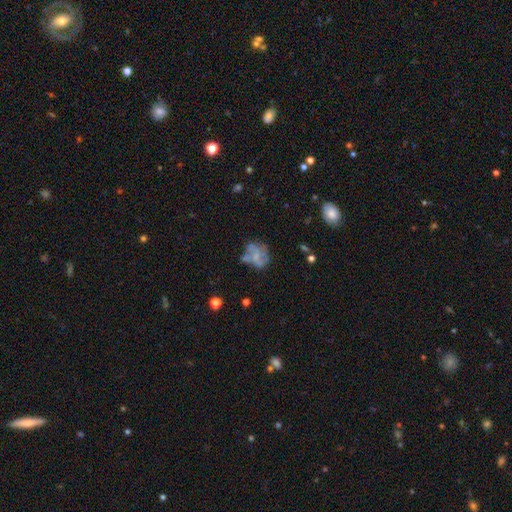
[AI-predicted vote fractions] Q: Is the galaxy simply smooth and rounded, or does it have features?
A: featured or disk — 55%.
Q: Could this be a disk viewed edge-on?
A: no — 98%.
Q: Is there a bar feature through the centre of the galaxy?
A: no — 75%.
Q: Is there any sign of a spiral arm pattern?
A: no — 61%.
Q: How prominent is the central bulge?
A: none — 46%.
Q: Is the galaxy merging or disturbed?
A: none — 42%.